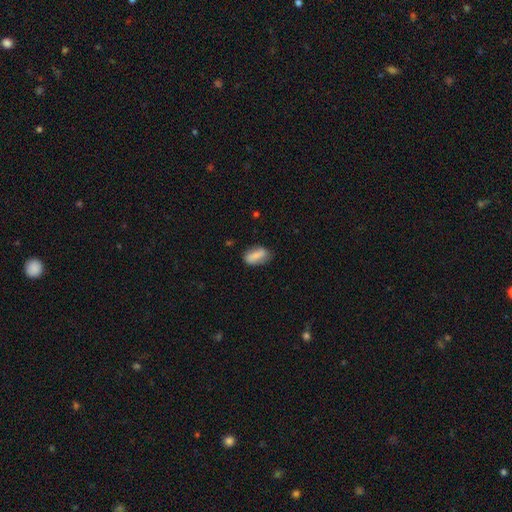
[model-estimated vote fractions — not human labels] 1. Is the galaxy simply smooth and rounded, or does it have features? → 77% smooth, 16% featured or disk, 7% star or artifact.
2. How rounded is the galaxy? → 85% in between, 11% cigar-shaped, 4% round.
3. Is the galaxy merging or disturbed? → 73% none, 20% minor disturbance, 4% major disturbance, 2% merger.